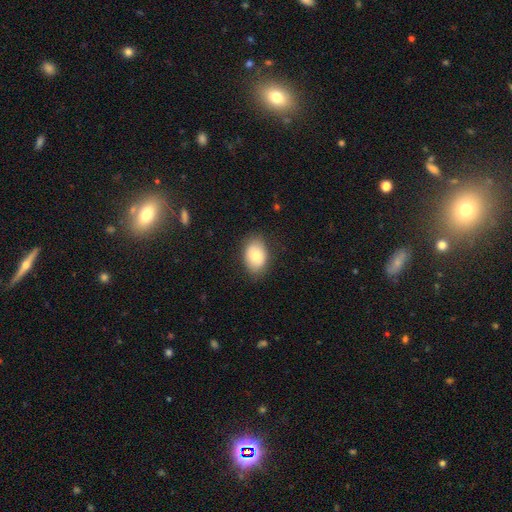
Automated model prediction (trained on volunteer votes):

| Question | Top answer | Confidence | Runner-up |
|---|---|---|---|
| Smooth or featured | smooth | 79% | featured or disk (14%) |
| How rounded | in between | 83% | round (16%) |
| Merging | none | 81% | minor disturbance (14%) |